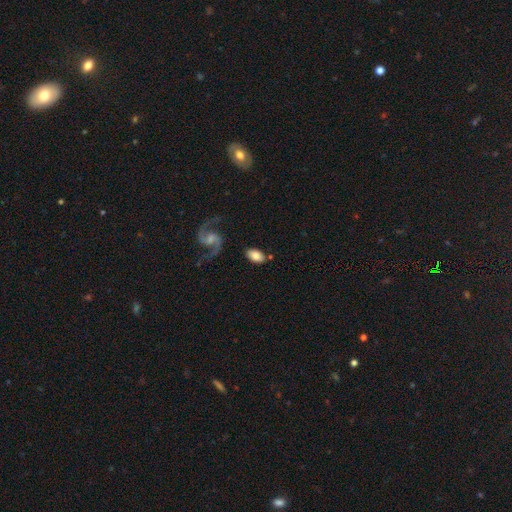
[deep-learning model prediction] A smooth galaxy with no disk features (68%) that is in between round and cigar-shaped (91%). Merging: none (77%).